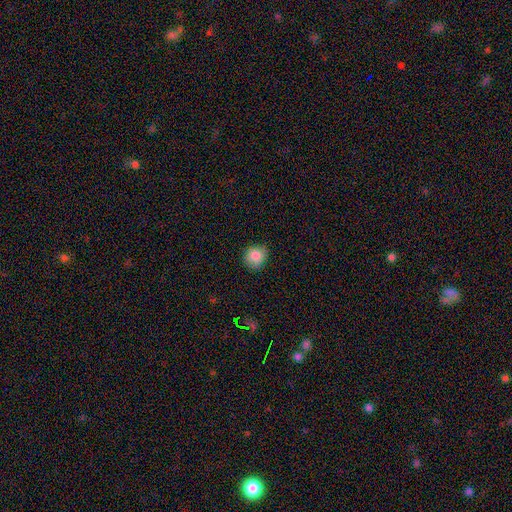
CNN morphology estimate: A smooth galaxy with no disk features (85%) that is round (81%).

Vote fractions:
- Smooth or featured? smooth: 85% / star or artifact: 9% / featured or disk: 6%
- How rounded? round: 81% / in between: 19% / cigar-shaped: 1%
- Merging? none: 81% / minor disturbance: 15% / major disturbance: 3% / merger: 1%